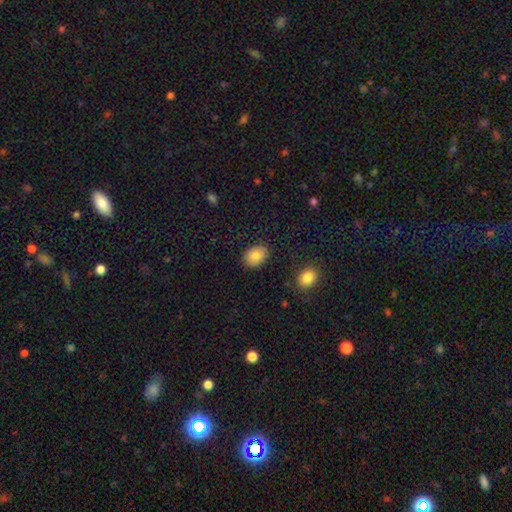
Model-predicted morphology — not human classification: Smooth or featured? smooth (86%)
How rounded? in between (71%)
Merging? none (86%)